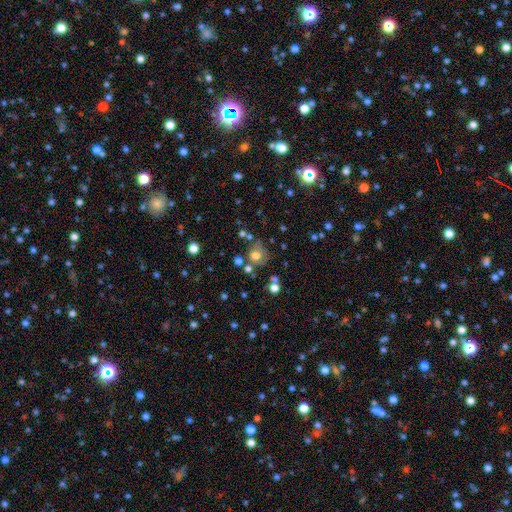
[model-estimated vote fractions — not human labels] A smooth galaxy with no disk features (67%) that is round (79%). Merging: none (54%).